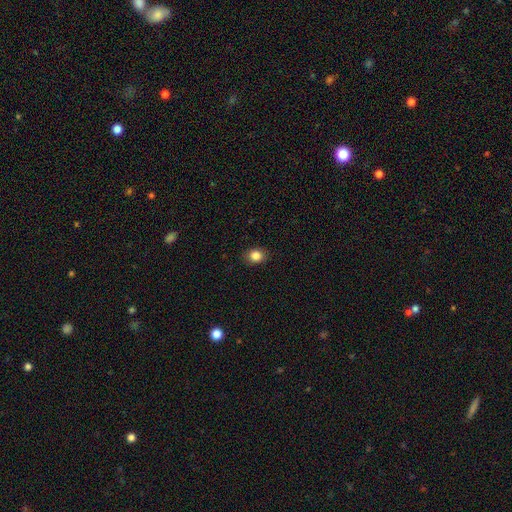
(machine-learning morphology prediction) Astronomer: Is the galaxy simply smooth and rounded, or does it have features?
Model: smooth — 85%.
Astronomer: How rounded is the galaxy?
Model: round — 50% (runner-up: in between, 49%).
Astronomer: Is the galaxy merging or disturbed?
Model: none — 88%.